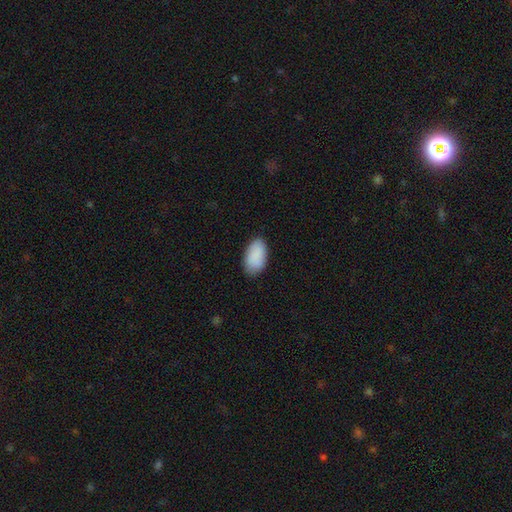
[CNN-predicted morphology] Smooth or featured?
  - smooth: 89% *
  - star or artifact: 6%
  - featured or disk: 5%
How rounded?
  - in between: 94% *
  - round: 4%
  - cigar-shaped: 2%
Merging?
  - none: 81% *
  - minor disturbance: 15%
  - major disturbance: 3%
  - merger: 1%